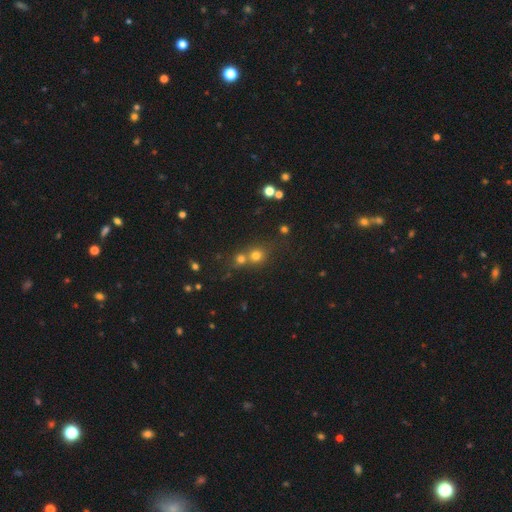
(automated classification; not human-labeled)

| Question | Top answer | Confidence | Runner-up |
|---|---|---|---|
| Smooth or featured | smooth | 68% | star or artifact (22%) |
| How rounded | round | 86% | in between (13%) |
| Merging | none | 47% | merger (43%) |